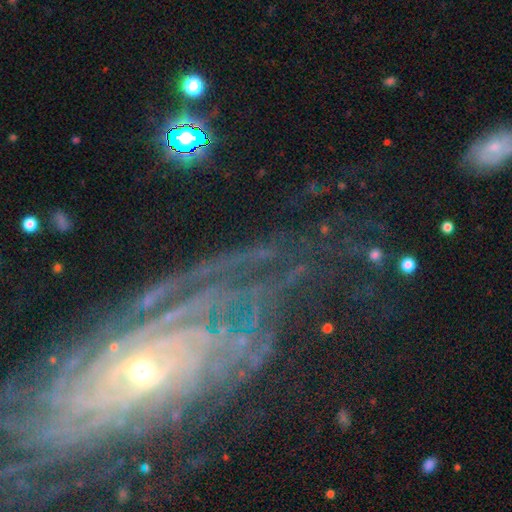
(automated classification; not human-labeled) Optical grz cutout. It shows a featured or disk galaxy (78%) with no bar (61%), tight (75%) spiral arms (93%) and a small central bulge (69%). Merging: none (67%).